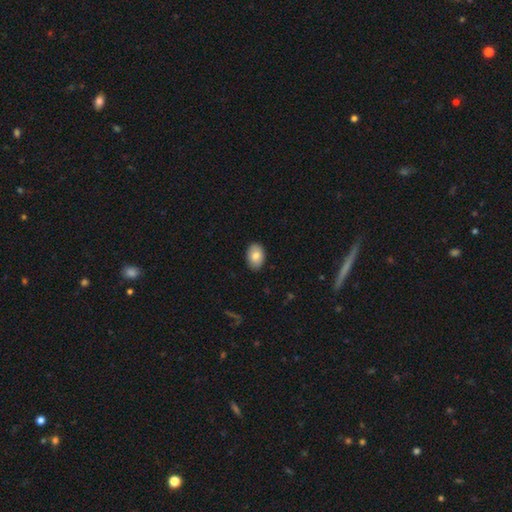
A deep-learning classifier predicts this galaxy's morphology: Q: Smooth or featured?
A: smooth (82%); runner-up: featured or disk (11%)
Q: How rounded?
A: in between (85%); runner-up: round (14%)
Q: Merging?
A: none (88%); runner-up: minor disturbance (9%)